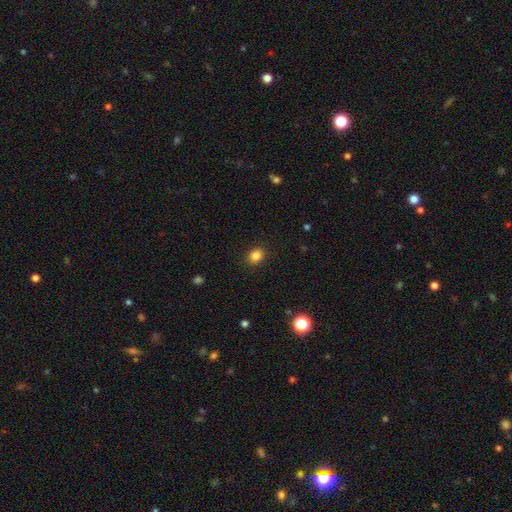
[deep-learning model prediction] This appears to be a smooth galaxy with no disk features (85%) that is round (56%). Merging: none (89%).